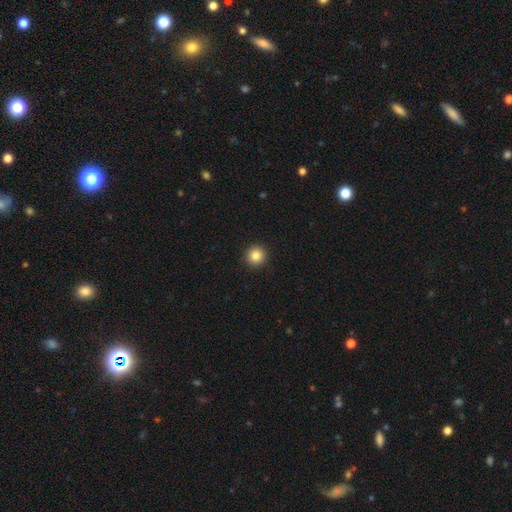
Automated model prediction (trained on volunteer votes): smooth 85%, star or artifact 10%, featured or disk 5%. Down the decision tree: how rounded — round (95%); merging — none (93%).